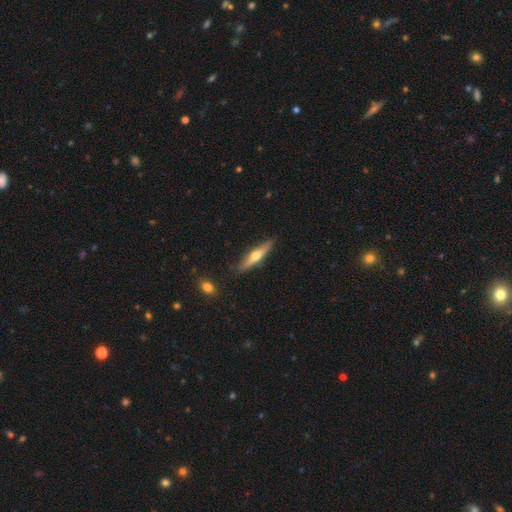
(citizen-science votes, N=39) Q: Smooth or featured?
A: featured or disk (74%); runner-up: smooth (21%)
Q: Edge-on disk?
A: yes (90%); runner-up: no (10%)
Q: Edge-on bulge?
A: rounded (100%)
Q: Merging?
A: none (86%); runner-up: minor disturbance (8%)